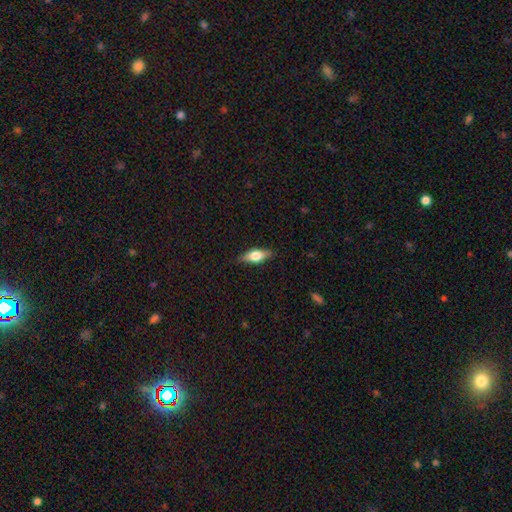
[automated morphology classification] A smooth galaxy with no disk features (54%) that is in between round and cigar-shaped (67%). Merging: none (85%).